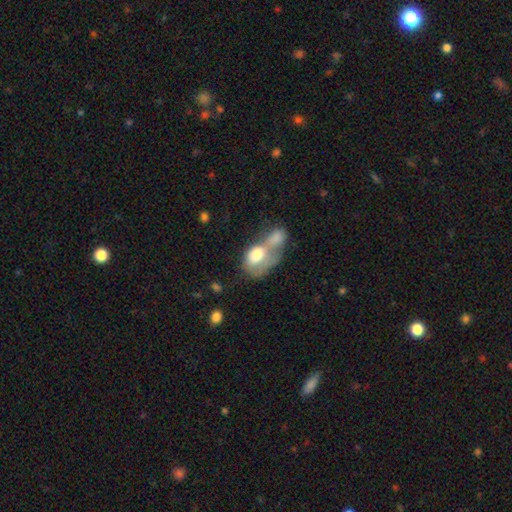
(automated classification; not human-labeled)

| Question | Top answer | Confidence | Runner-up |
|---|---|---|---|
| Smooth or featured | smooth | 66% | featured or disk (27%) |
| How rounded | in between | 82% | round (16%) |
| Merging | merger | 65% | major disturbance (19%) |